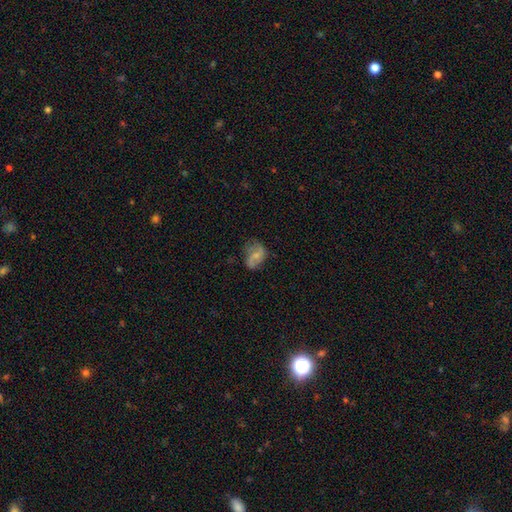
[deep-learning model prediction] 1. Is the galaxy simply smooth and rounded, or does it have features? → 47% featured or disk, 44% smooth, 9% star or artifact.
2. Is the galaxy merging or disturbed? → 51% none, 30% minor disturbance, 17% major disturbance, 2% merger.